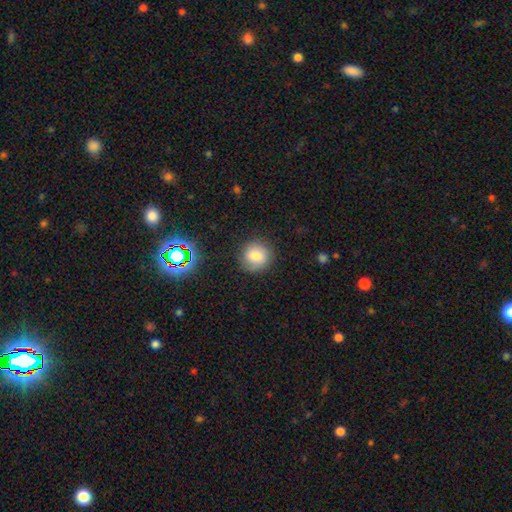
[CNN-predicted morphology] Smooth or featured? smooth (76%)
How rounded? round (92%)
Merging? none (86%)